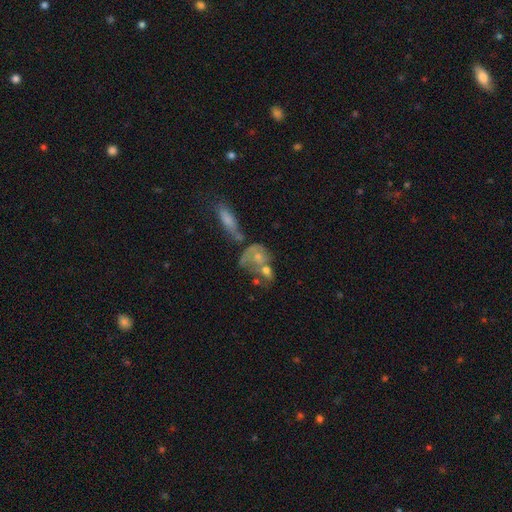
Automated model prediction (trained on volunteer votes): The model was most divided on "smooth or featured": smooth: 49%, featured or disk: 40%, star or artifact: 12%. More confident: merging — merger (51%).